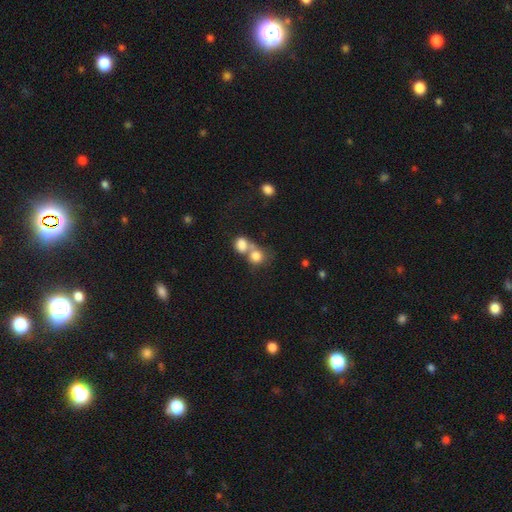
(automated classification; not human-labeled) Smooth or featured: smooth — 79% (featured or disk — 12%)
How rounded: round — 73% (in between — 25%)
Merging: merger — 63% (none — 26%)